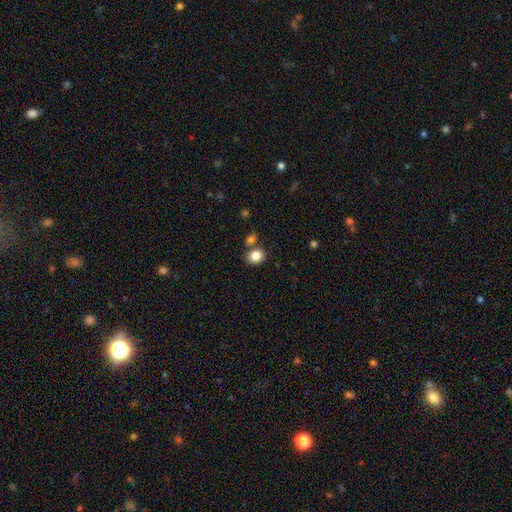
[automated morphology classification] A smooth galaxy with no disk features (84%) that is round (68%). Merging: none (69%).